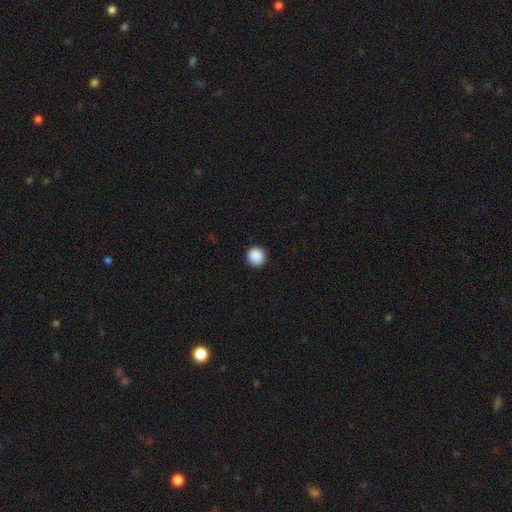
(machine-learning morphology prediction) This is clearly a smooth galaxy (89%). How rounded: clearly round (93%). Merging: clearly none (91%).